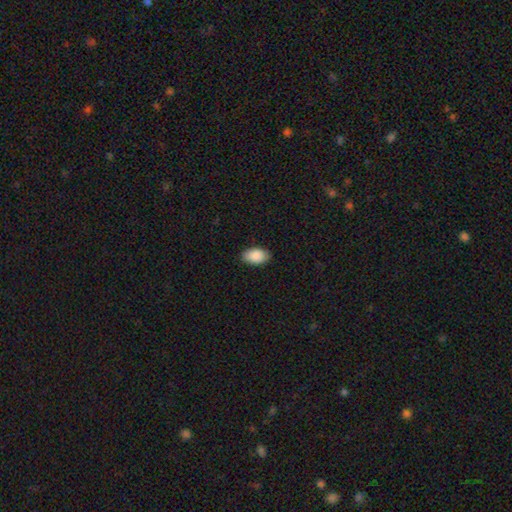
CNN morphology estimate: A smooth galaxy with no disk features (90%) that is in between round and cigar-shaped (92%).

Vote fractions:
- Smooth or featured? smooth: 90% / star or artifact: 7% / featured or disk: 3%
- How rounded? in between: 92% / round: 7% / cigar-shaped: 1%
- Merging? none: 86% / minor disturbance: 11% / major disturbance: 2% / merger: 1%